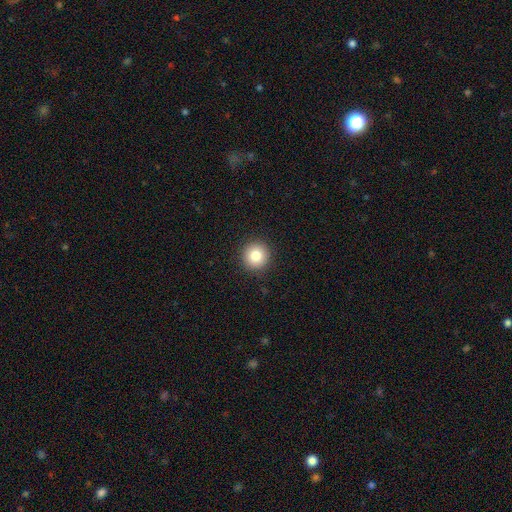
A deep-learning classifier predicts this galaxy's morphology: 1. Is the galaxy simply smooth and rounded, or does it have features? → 82% smooth, 10% star or artifact, 8% featured or disk.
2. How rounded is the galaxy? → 95% round, 4% in between, 1% cigar-shaped.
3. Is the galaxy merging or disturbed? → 92% none, 5% minor disturbance, 2% major disturbance, 1% merger.